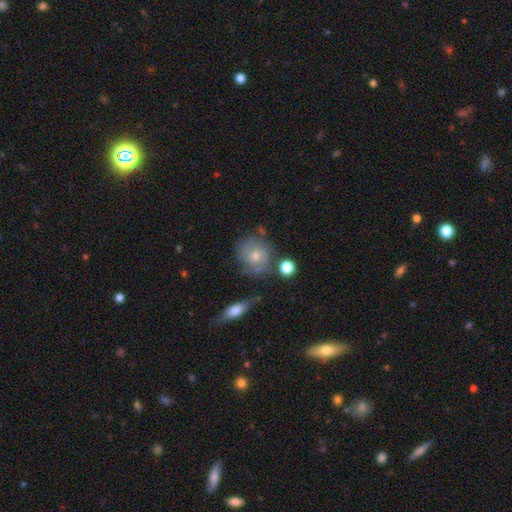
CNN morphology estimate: Smooth or featured?
  - featured or disk: 56% *
  - smooth: 33%
  - star or artifact: 11%
Edge-on disk?
  - no: 93% *
  - yes: 7%
Bar?
  - no: 79% *
  - weak: 18%
  - strong: 3%
Spiral arms?
  - yes: 79% *
  - no: 21%
Bulge size?
  - moderate: 52% *
  - small: 40%
  - large: 4%
  - none: 3%
  - dominant: 1%
Merging?
  - none: 68% *
  - minor disturbance: 19%
  - major disturbance: 7%
  - merger: 7%